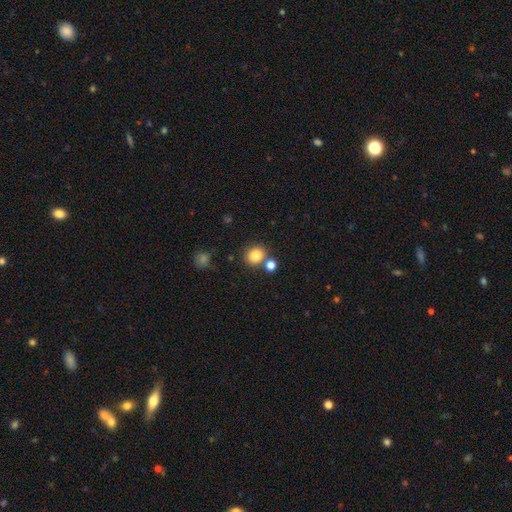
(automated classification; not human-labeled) Smooth or featured?
  - smooth: 83% *
  - star or artifact: 11%
  - featured or disk: 5%
How rounded?
  - round: 74% *
  - in between: 25%
  - cigar-shaped: 1%
Merging?
  - none: 73% *
  - merger: 14%
  - minor disturbance: 9%
  - major disturbance: 3%